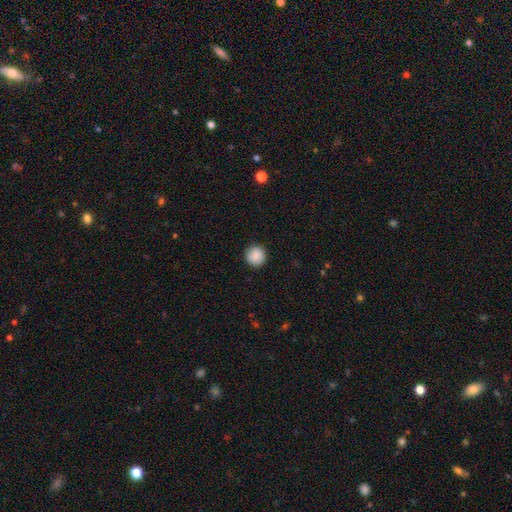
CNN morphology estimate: smooth-or-featured: smooth: 89% | star or artifact: 8% | featured or disk: 3%
  how-rounded: round: 95% | in between: 4% | cigar-shaped: 1%
  merging: none: 91% | minor disturbance: 6% | major disturbance: 2% | merger: 1%